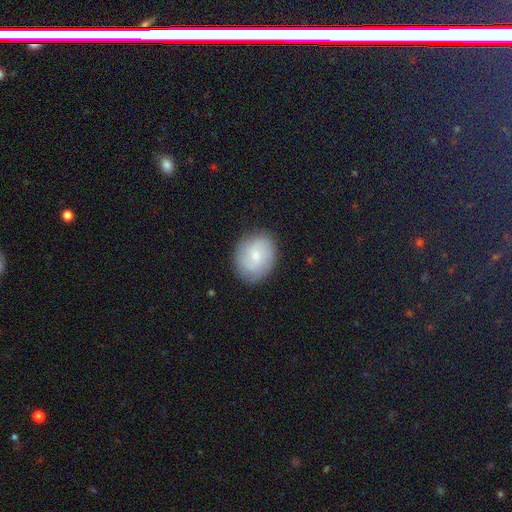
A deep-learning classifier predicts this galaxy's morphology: smooth_or_featured: featured or disk (p=0.46) [tied with: smooth p=0.46]
merging: none (p=0.82) [alt: minor disturbance p=0.13]